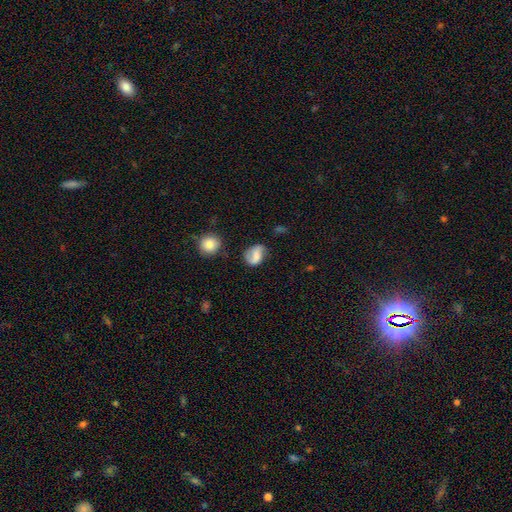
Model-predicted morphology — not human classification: smooth-or-featured: smooth: 54% | featured or disk: 37% | star or artifact: 9%
  how-rounded: in between: 59% | round: 39% | cigar-shaped: 2%
  merging: none: 60% | minor disturbance: 26% | major disturbance: 11% | merger: 4%